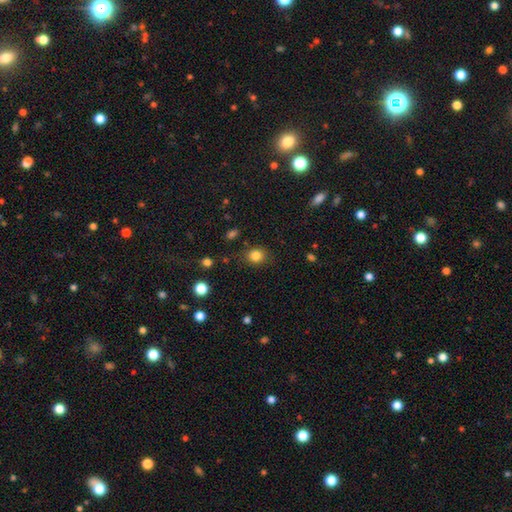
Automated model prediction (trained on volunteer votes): Smooth or featured?
  - smooth: 83% *
  - star or artifact: 11%
  - featured or disk: 5%
How rounded?
  - round: 71% *
  - in between: 28%
  - cigar-shaped: 1%
Merging?
  - none: 82% *
  - minor disturbance: 12%
  - major disturbance: 4%
  - merger: 2%